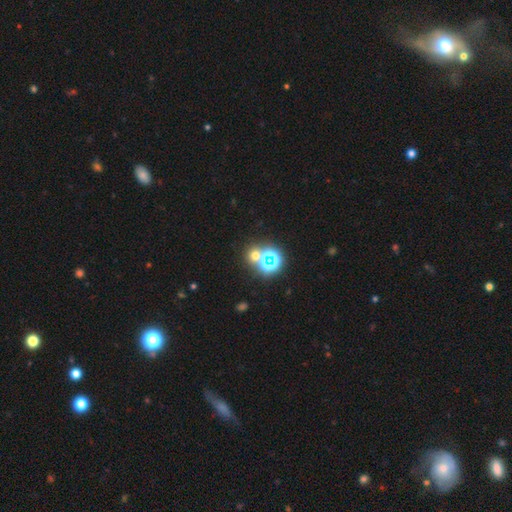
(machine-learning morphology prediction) smooth-or-featured: smooth: 47% | star or artifact: 45% | featured or disk: 8%
  merging: none: 66% | merger: 22% | minor disturbance: 8% | major disturbance: 4%